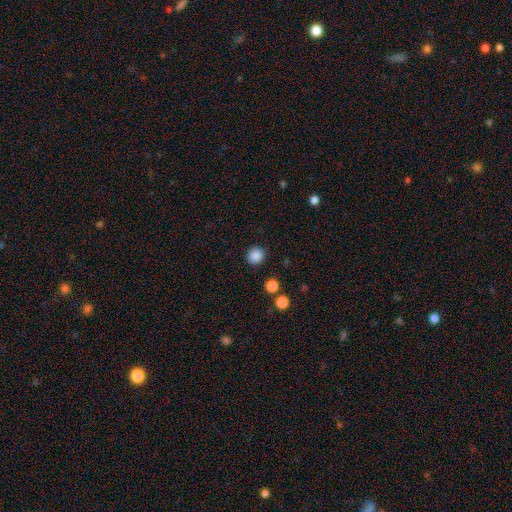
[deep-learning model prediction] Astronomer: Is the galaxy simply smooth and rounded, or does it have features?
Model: smooth — 87%.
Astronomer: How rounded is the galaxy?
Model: round — 88%.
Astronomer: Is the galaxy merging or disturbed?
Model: none — 90%.